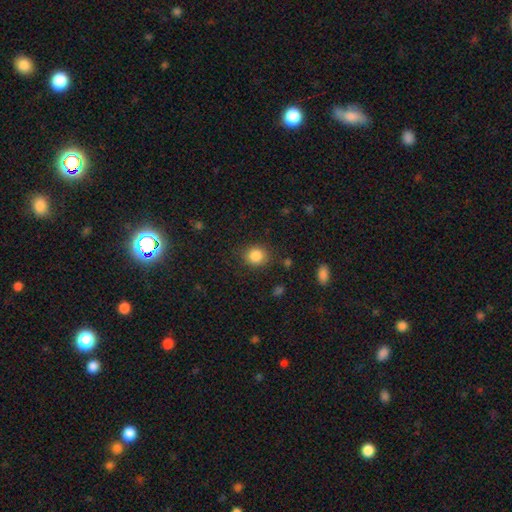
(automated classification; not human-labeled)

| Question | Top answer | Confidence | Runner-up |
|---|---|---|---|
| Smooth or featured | smooth | 86% | star or artifact (10%) |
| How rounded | round | 79% | in between (20%) |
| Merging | none | 84% | minor disturbance (11%) |